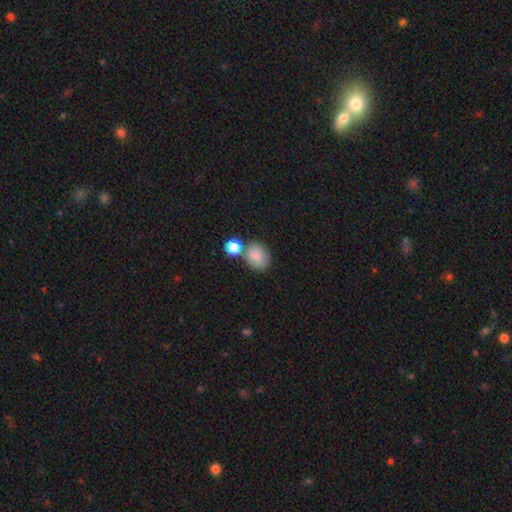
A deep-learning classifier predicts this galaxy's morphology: smooth 85%, star or artifact 9%, featured or disk 6%. Down the decision tree: how rounded — in between (60%); merging — none (60%).